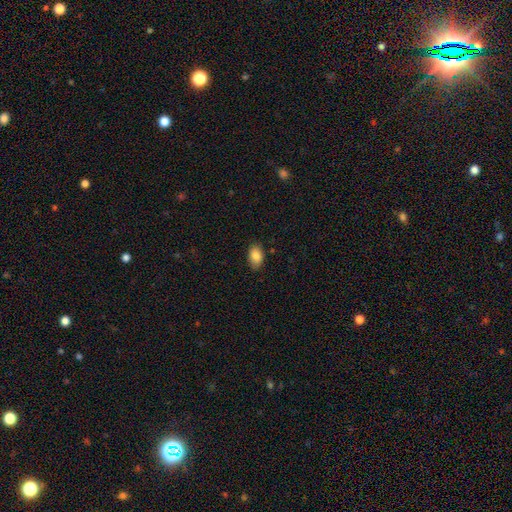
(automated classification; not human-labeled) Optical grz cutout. It shows a smooth galaxy with no disk features (86%) that is in between round and cigar-shaped (90%). Merging: none (85%).